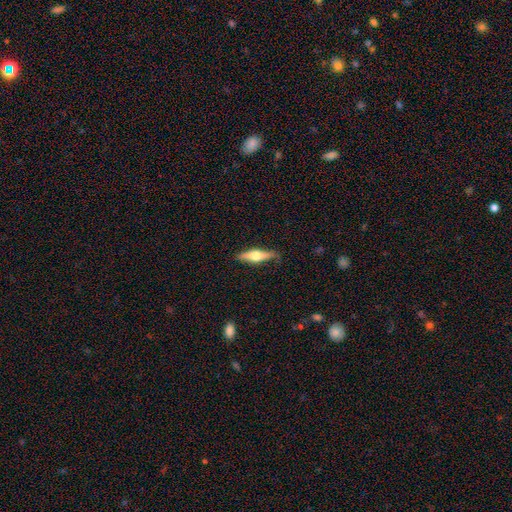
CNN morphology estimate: Smooth or featured?
  - featured or disk: 54% *
  - smooth: 40%
  - star or artifact: 6%
Edge-on disk?
  - yes: 92% *
  - no: 8%
Edge-on bulge?
  - rounded: 94% *
  - boxy: 4%
  - none: 2%
Merging?
  - none: 80% *
  - minor disturbance: 16%
  - major disturbance: 3%
  - merger: 1%